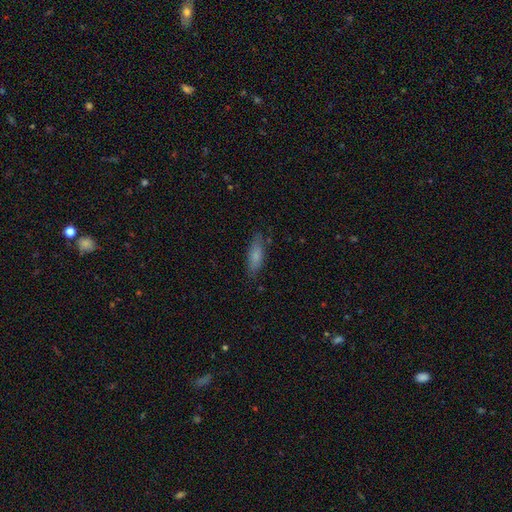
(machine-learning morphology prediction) This is likely a smooth galaxy (77%). How rounded: possibly in between (57%). Merging: likely none (78%).